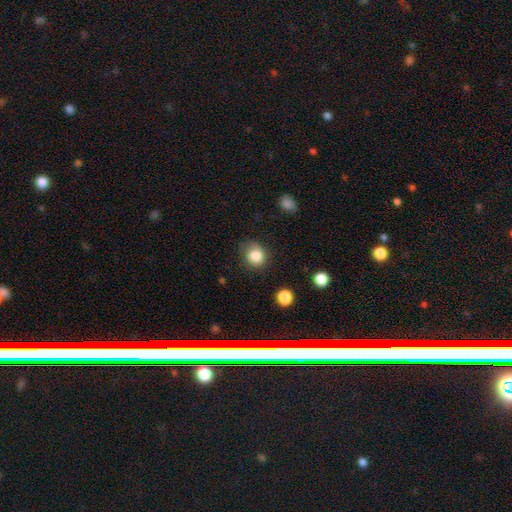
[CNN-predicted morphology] Smooth or featured? Predicted: smooth (p=0.83). How rounded? Predicted: round (p=0.79). Merging? Predicted: none (p=0.67).